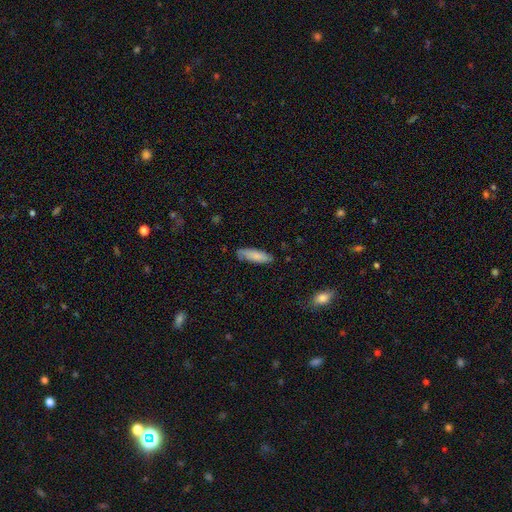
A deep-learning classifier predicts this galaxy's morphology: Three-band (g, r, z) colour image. It shows a smooth galaxy with no disk features (81%) that is cigar-shaped (50%). Merging: none (79%).